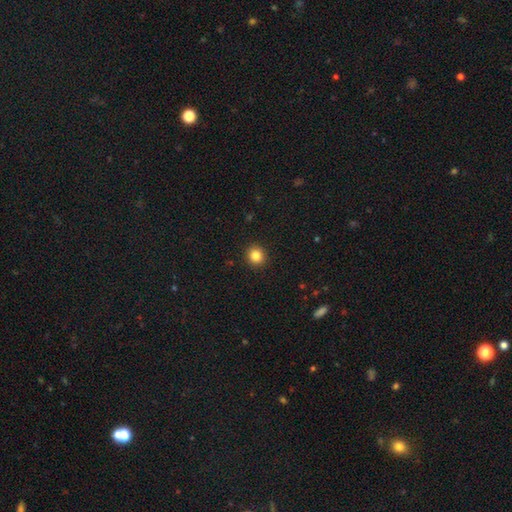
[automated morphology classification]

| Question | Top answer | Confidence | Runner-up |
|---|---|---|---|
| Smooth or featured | smooth | 84% | star or artifact (11%) |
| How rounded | round | 92% | in between (7%) |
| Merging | none | 93% | minor disturbance (4%) |